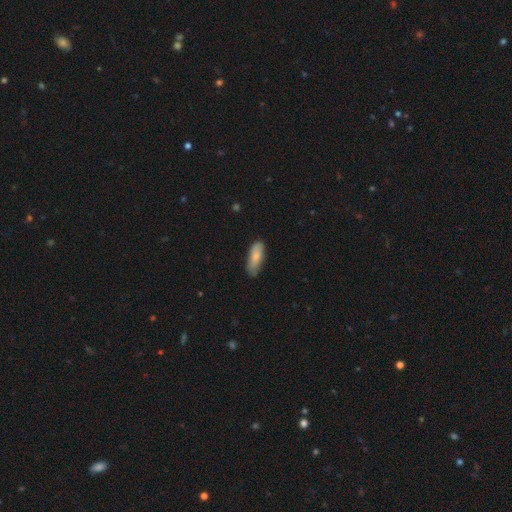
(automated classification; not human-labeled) Q: Smooth or featured?
A: smooth (79%); runner-up: featured or disk (15%)
Q: How rounded?
A: in between (64%); runner-up: cigar-shaped (34%)
Q: Merging?
A: none (67%); runner-up: minor disturbance (26%)